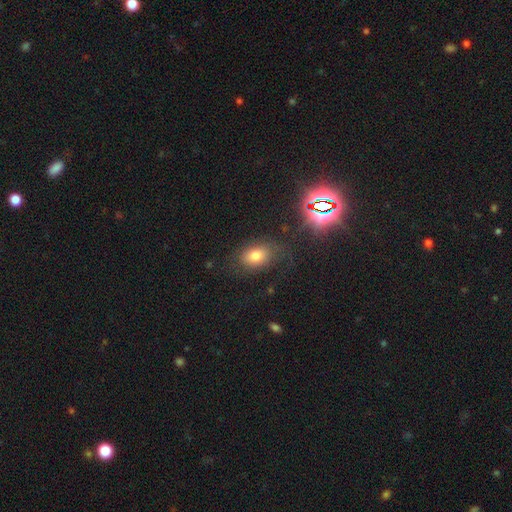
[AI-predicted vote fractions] This is likely a smooth galaxy (70%). How rounded: likely in between (77%). Merging: likely none (69%).